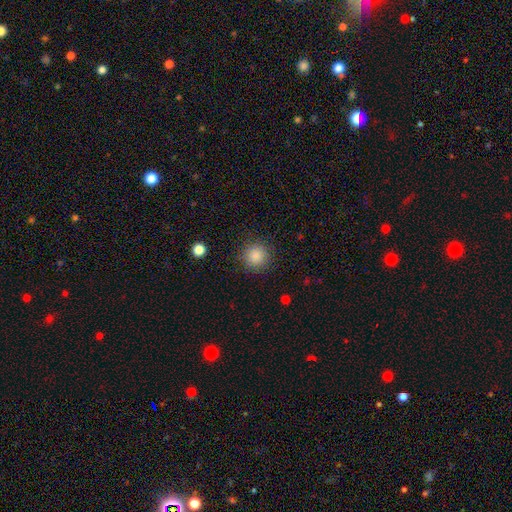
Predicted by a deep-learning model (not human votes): Smooth or featured?
  - smooth: 87% *
  - star or artifact: 10%
  - featured or disk: 3%
How rounded?
  - round: 94% *
  - in between: 5%
  - cigar-shaped: 1%
Merging?
  - none: 89% *
  - minor disturbance: 7%
  - major disturbance: 3%
  - merger: 1%